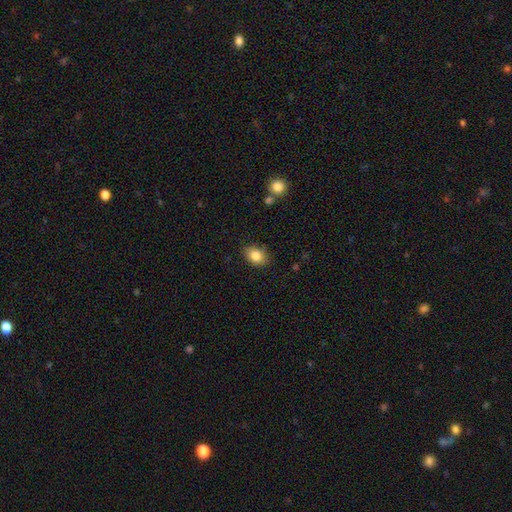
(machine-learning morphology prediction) The model was most divided on "how rounded": in between: 76%, round: 23%, cigar-shaped: 1%. More confident: smooth or featured — smooth (84%); merging — none (84%).